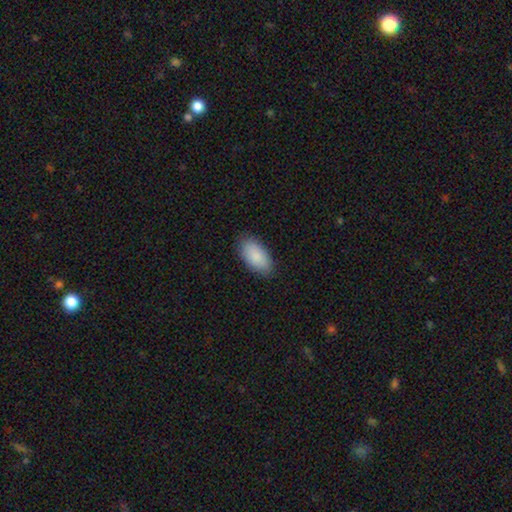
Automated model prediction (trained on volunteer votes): smooth 88%, featured or disk 7%, star or artifact 6%. Down the decision tree: how rounded — in between (95%); merging — none (85%).